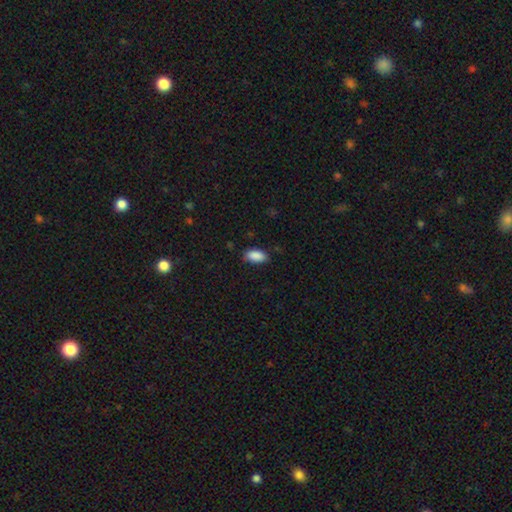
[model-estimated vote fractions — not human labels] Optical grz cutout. It shows a smooth galaxy with no disk features (90%) that is in between round and cigar-shaped (92%). Merging: none (80%).